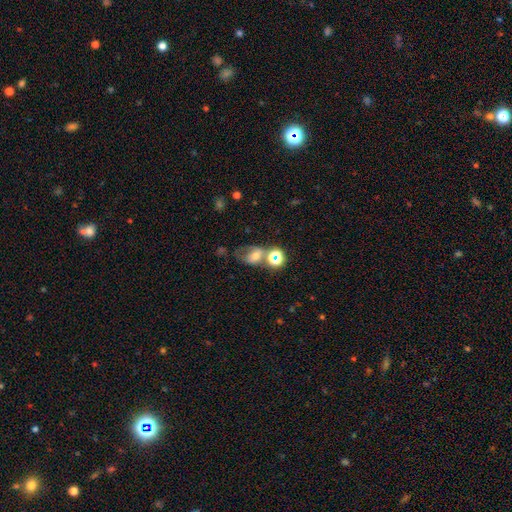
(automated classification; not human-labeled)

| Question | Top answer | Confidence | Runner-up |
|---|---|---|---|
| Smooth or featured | smooth | 51% | featured or disk (29%) |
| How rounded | in between | 64% | round (35%) |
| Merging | none | 32% | merger (30%) |